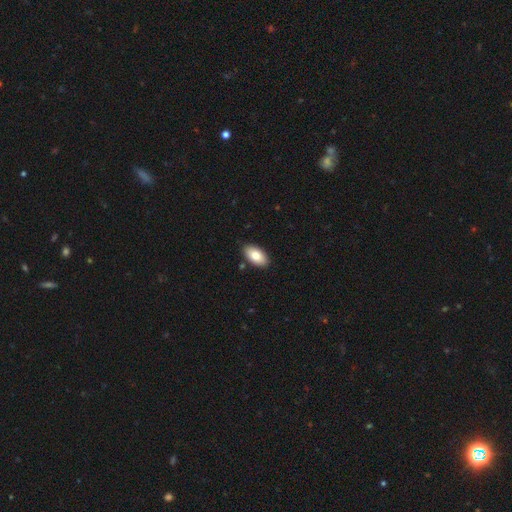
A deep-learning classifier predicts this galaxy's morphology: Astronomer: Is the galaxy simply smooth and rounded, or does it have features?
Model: smooth — 82%.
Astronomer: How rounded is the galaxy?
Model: in between — 95%.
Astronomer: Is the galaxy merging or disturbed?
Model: none — 88%.